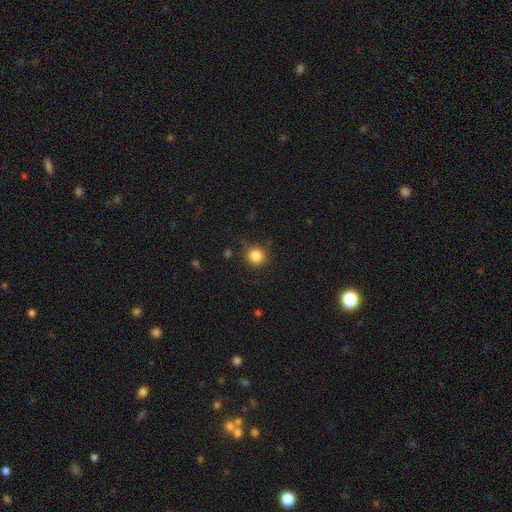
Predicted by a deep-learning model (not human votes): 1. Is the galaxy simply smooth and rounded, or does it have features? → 84% smooth, 11% star or artifact, 5% featured or disk.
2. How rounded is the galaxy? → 93% round, 6% in between, 1% cigar-shaped.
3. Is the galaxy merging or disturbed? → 84% none, 11% minor disturbance, 3% major disturbance, 2% merger.